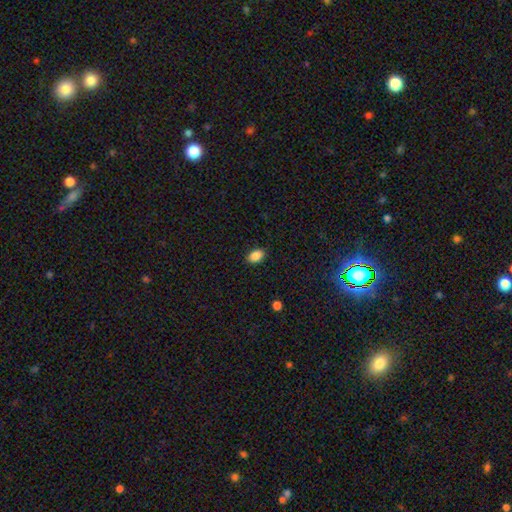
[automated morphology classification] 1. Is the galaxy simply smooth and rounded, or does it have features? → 88% smooth, 9% star or artifact, 3% featured or disk.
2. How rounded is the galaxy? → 86% in between, 12% round, 1% cigar-shaped.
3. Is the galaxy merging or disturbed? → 89% none, 8% minor disturbance, 2% major disturbance, 1% merger.